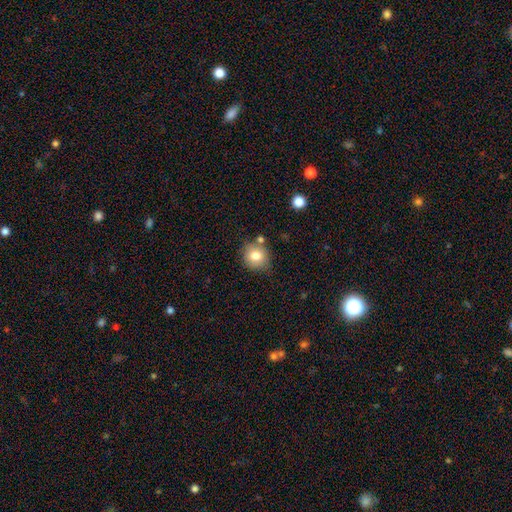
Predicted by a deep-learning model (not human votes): The model was most divided on "merging": none: 75%, minor disturbance: 13%, merger: 8%, major disturbance: 3%. More confident: how rounded — round (81%); smooth or featured — smooth (80%).